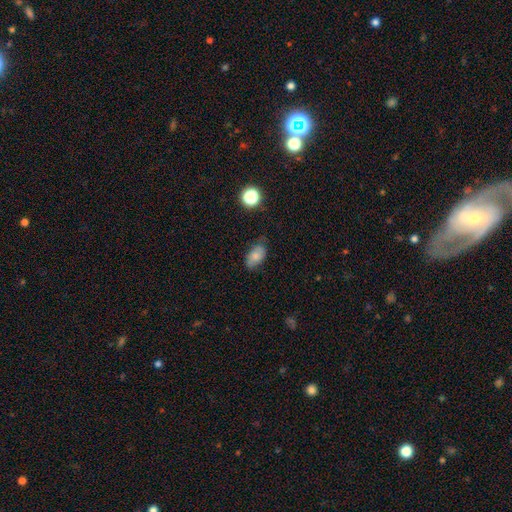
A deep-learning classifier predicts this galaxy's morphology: Overall: smooth (73%). How rounded: in between (90%). Merging: none (70%).